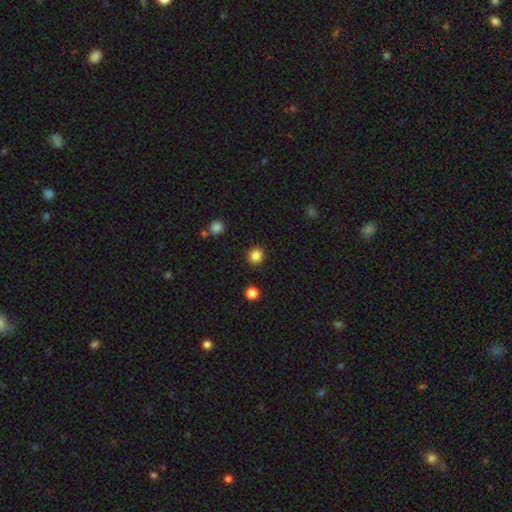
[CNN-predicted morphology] This appears to be a smooth galaxy with no disk features (85%) that is round (89%). Merging: none (91%).